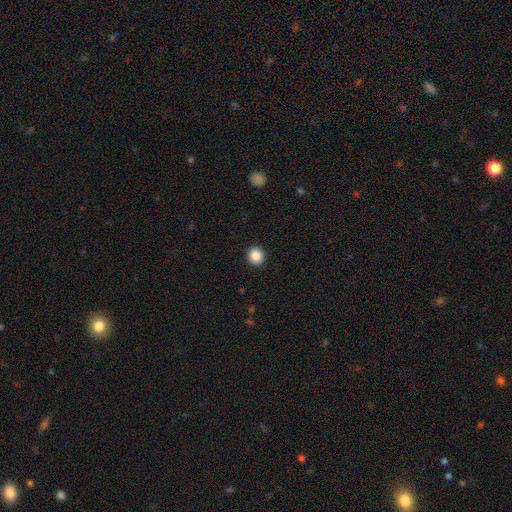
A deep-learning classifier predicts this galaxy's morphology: Smooth or featured?
  - smooth: 88% *
  - star or artifact: 9%
  - featured or disk: 3%
How rounded?
  - round: 88% *
  - in between: 11%
  - cigar-shaped: 1%
Merging?
  - none: 92% *
  - minor disturbance: 5%
  - major disturbance: 2%
  - merger: 1%